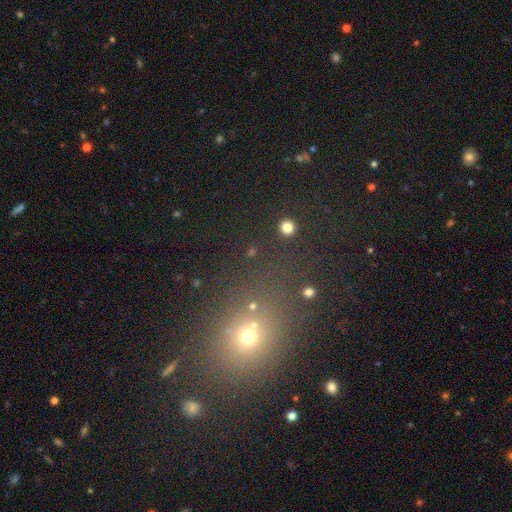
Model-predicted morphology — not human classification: star or artifact 47%, smooth 43%, featured or disk 10%.